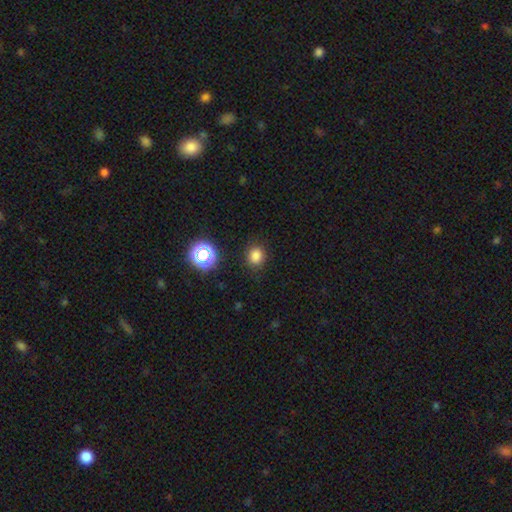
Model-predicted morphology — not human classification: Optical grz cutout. It shows a smooth galaxy with no disk features (78%) that is round (77%). Merging: none (85%).